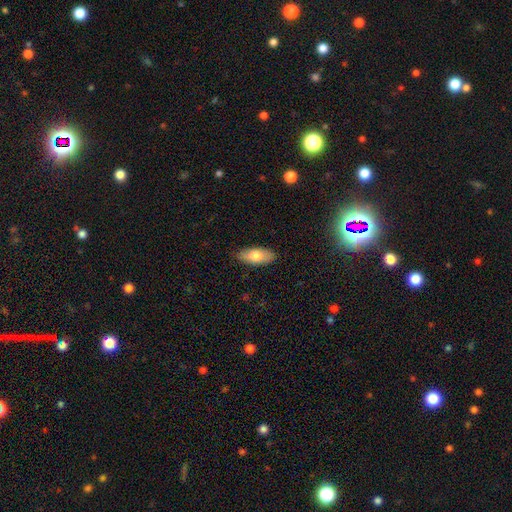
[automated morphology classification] Smooth or featured? smooth (76%)
How rounded? in between (86%)
Merging? none (86%)